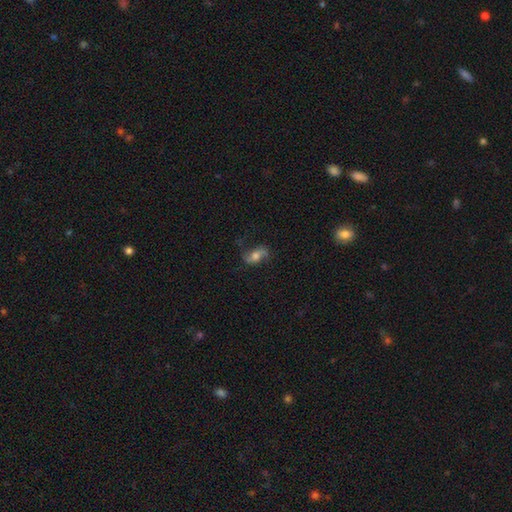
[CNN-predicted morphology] Q: Smooth or featured?
A: featured or disk (53%); runner-up: smooth (37%)
Q: Edge-on disk?
A: no (91%); runner-up: yes (9%)
Q: Merging?
A: none (65%); runner-up: minor disturbance (20%)